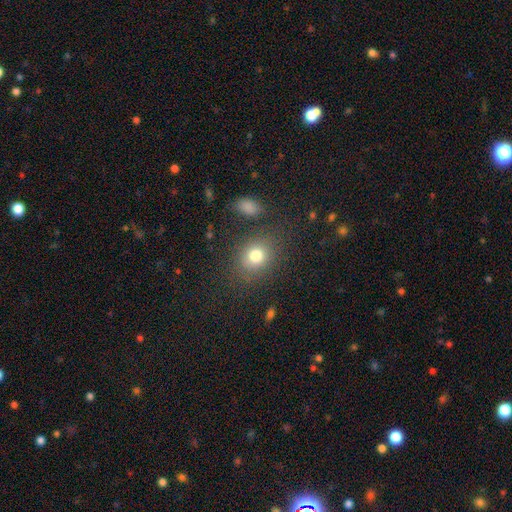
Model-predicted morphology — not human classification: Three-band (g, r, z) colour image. It shows a smooth galaxy with no disk features (78%) that is round (60%). Merging: none (79%).